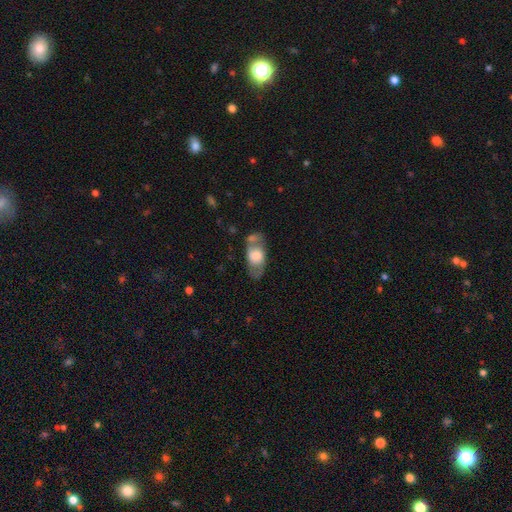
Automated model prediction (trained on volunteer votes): Morphology: type=smooth (55%); roundness=in between (86%); merging=none (53%).